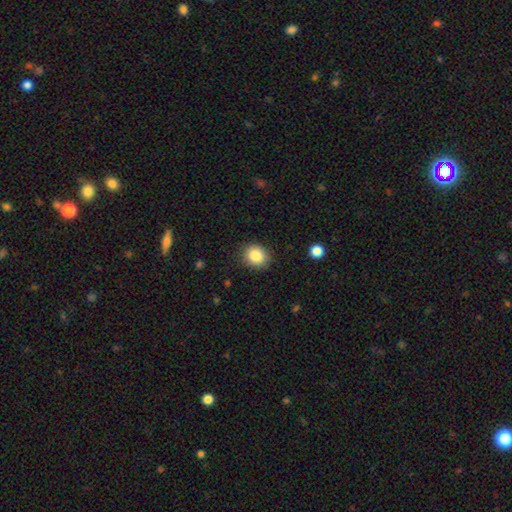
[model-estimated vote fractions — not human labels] smooth-or-featured: smooth: 85% | star or artifact: 9% | featured or disk: 6%
  how-rounded: round: 71% | in between: 28% | cigar-shaped: 1%
  merging: none: 87% | minor disturbance: 9% | major disturbance: 3% | merger: 1%